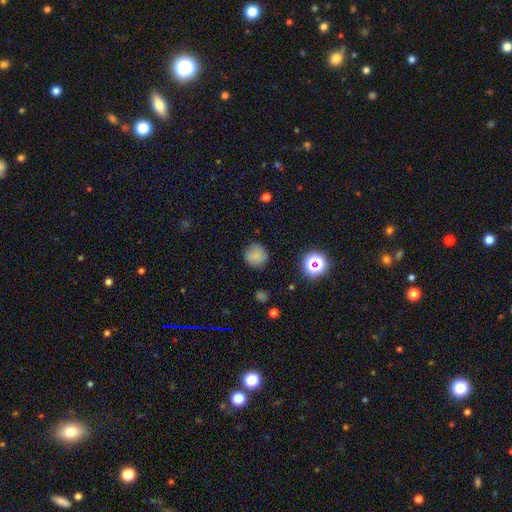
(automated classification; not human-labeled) Smooth or featured?
  - smooth: 74% *
  - star or artifact: 17%
  - featured or disk: 9%
How rounded?
  - round: 91% *
  - in between: 8%
  - cigar-shaped: 1%
Merging?
  - none: 81% *
  - minor disturbance: 13%
  - major disturbance: 4%
  - merger: 2%